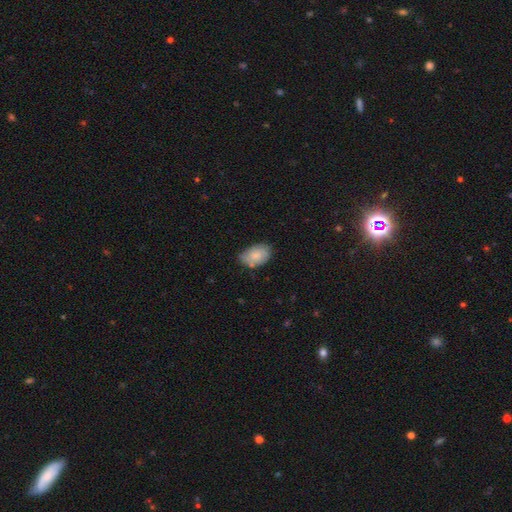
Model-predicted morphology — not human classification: This is likely a smooth galaxy (77%). How rounded: clearly in between (88%). Merging: likely none (62%).